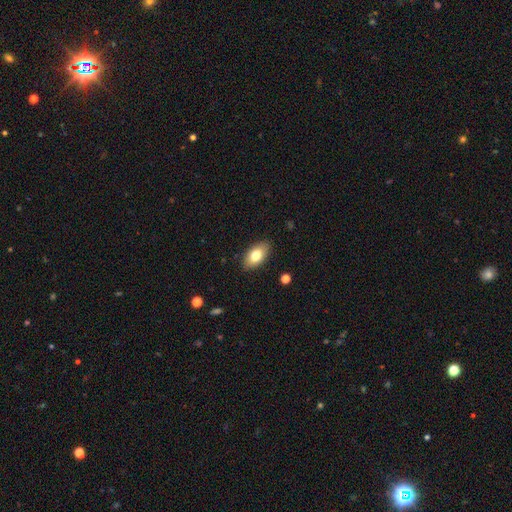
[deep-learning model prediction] Overall: smooth (78%). How rounded: in between (92%). Merging: none (87%).